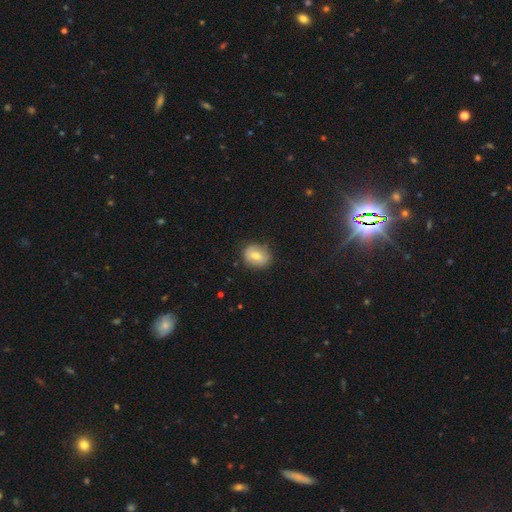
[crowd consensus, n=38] Morphology: type=smooth (82%); roundness=in between (55%); merging=none (76%).